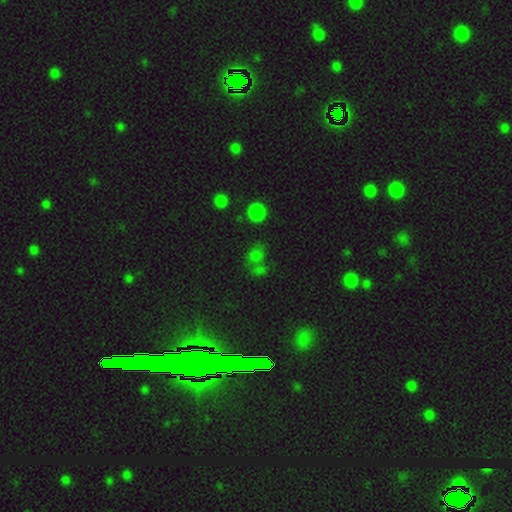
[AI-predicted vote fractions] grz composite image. It shows a smooth galaxy with no disk features (58%) that is round (57%). Merging: none (46%).